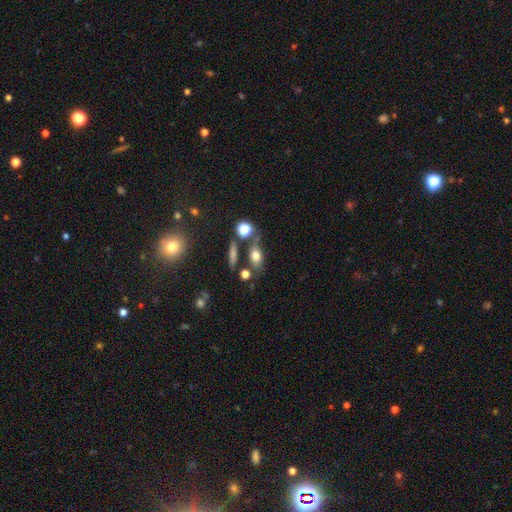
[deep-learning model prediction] Smooth or featured? smooth (67%)
How rounded? in between (65%)
Merging? none (59%)